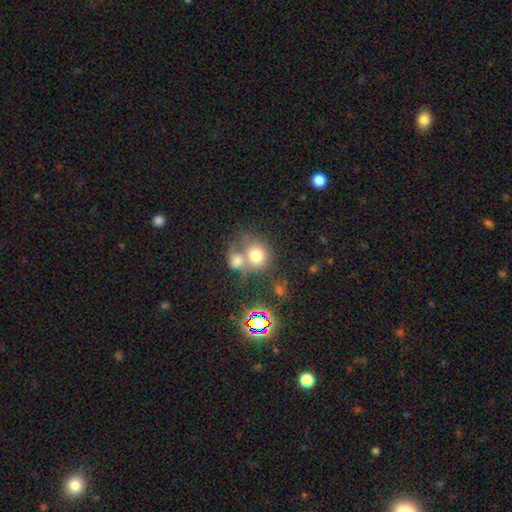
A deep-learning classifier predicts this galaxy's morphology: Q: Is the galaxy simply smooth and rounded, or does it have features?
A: smooth — 70%.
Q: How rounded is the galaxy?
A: round — 73%.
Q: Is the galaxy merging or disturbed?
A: merger — 54%.